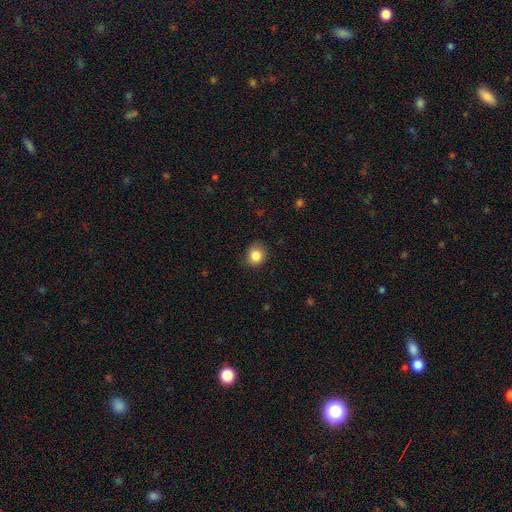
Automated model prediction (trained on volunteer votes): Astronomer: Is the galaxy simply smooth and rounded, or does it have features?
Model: smooth — 85%.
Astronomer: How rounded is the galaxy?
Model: round — 74%.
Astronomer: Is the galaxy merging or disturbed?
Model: none — 80%.